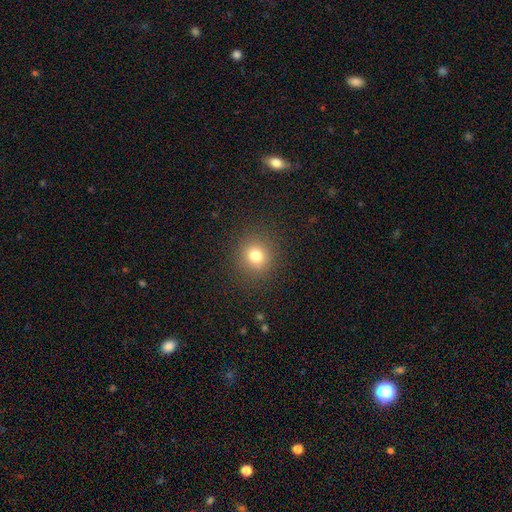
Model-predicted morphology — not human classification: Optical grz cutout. It shows a smooth galaxy with no disk features (78%) that is round (87%). Merging: none (89%).